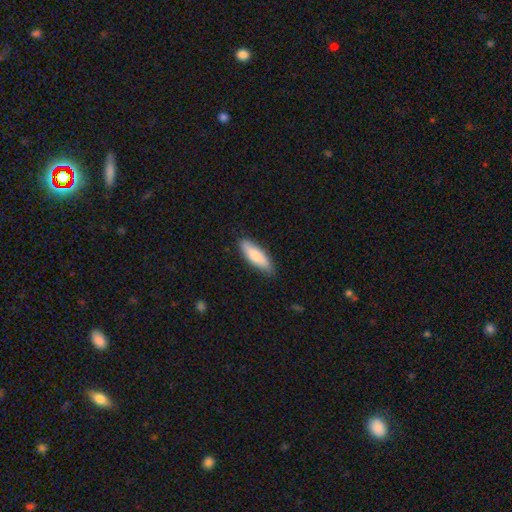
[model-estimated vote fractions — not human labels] Morphology: type=smooth (82%); roundness=cigar-shaped (50%); merging=none (84%).